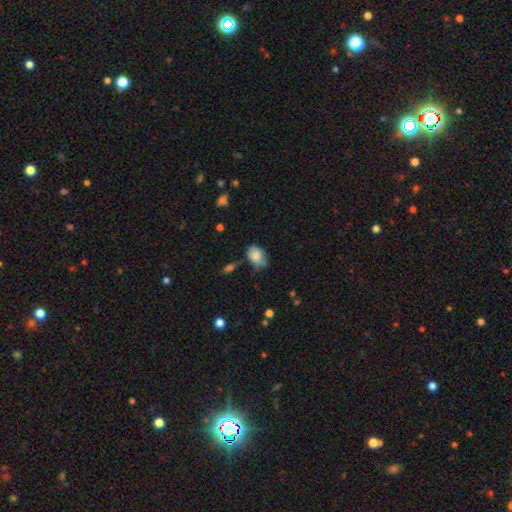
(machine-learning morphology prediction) A smooth galaxy with no disk features (81%) that is in between round and cigar-shaped (79%).

Vote fractions:
- Smooth or featured? smooth: 81% / featured or disk: 12% / star or artifact: 8%
- How rounded? in between: 79% / round: 19% / cigar-shaped: 1%
- Merging? none: 51% / minor disturbance: 35% / major disturbance: 9% / merger: 5%